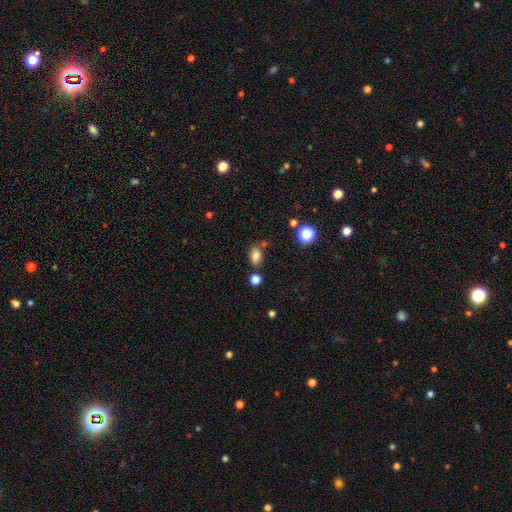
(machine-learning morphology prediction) Smooth or featured?
  - smooth: 80% *
  - star or artifact: 13%
  - featured or disk: 7%
How rounded?
  - in between: 79% *
  - round: 19%
  - cigar-shaped: 2%
Merging?
  - none: 72% *
  - minor disturbance: 14%
  - merger: 10%
  - major disturbance: 4%